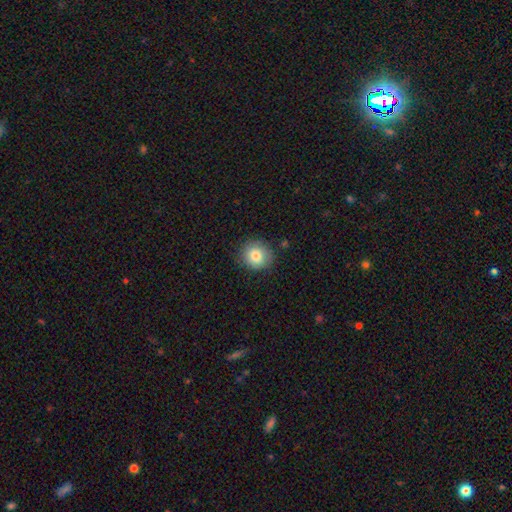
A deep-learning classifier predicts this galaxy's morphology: Q: Smooth or featured?
A: smooth (82%); runner-up: featured or disk (9%)
Q: How rounded?
A: round (84%); runner-up: in between (15%)
Q: Merging?
A: none (83%); runner-up: minor disturbance (13%)